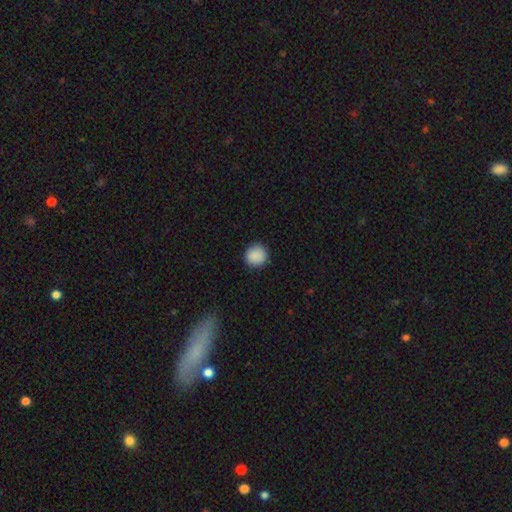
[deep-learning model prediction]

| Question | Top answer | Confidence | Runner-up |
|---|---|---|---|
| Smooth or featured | smooth | 90% | star or artifact (8%) |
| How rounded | round | 91% | in between (8%) |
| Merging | none | 90% | minor disturbance (7%) |